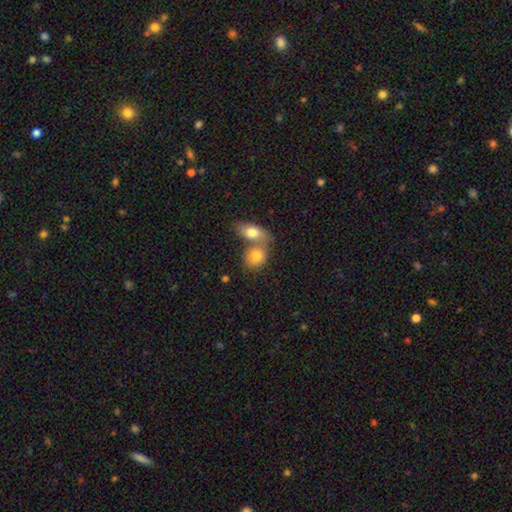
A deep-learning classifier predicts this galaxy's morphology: smooth 79%, featured or disk 14%, star or artifact 7%. Down the decision tree: how rounded — in between (58%); merging — merger (60%).